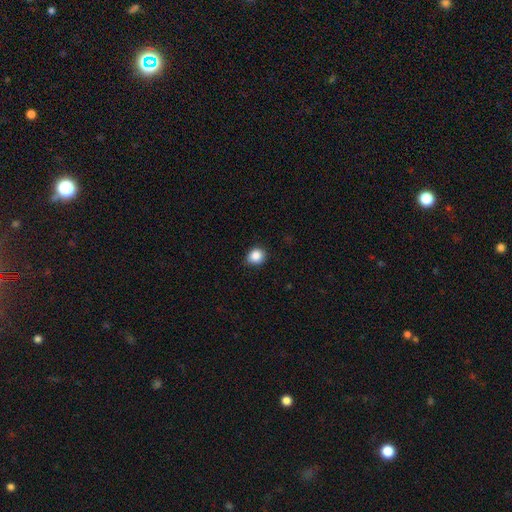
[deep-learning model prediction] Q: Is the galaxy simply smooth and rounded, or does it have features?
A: smooth — 87%.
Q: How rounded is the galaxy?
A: round — 75%.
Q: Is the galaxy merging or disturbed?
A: none — 81%.